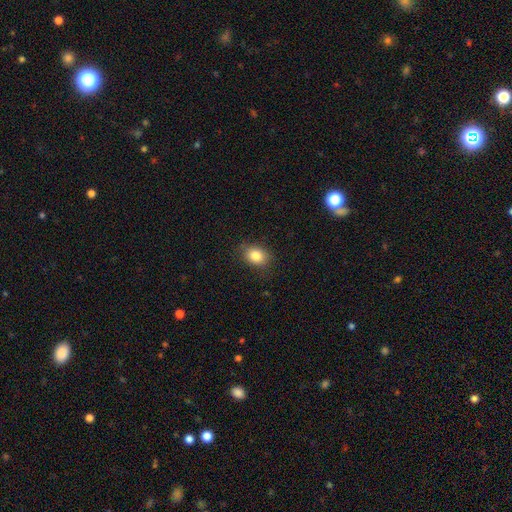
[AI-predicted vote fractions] A smooth galaxy with no disk features (84%) that is in between round and cigar-shaped (63%). Merging: none (82%).